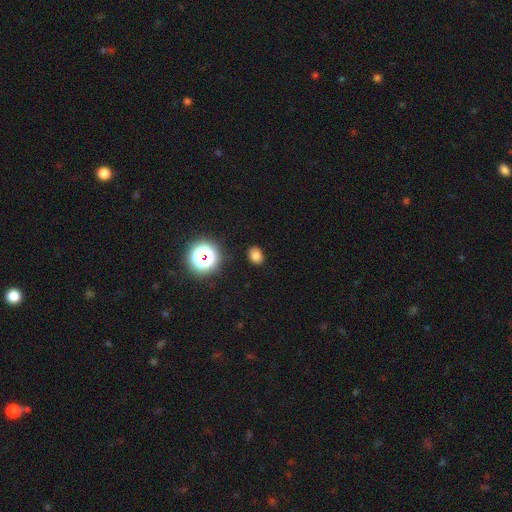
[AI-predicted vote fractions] Smooth or featured: smooth — 76% (star or artifact — 18%)
How rounded: in between — 56% (round — 43%)
Merging: none — 87% (minor disturbance — 9%)